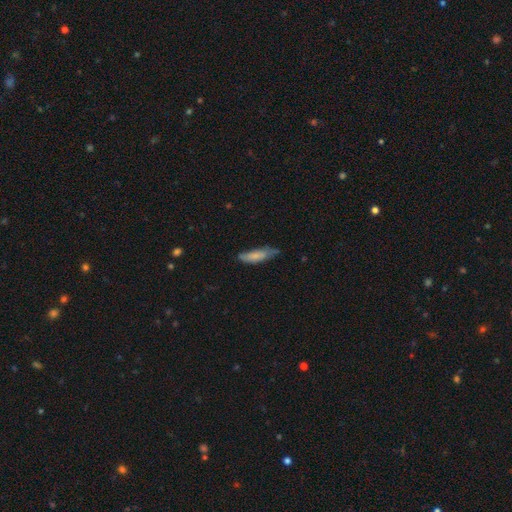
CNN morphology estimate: A smooth galaxy with no disk features (73%) that is cigar-shaped (62%). Merging: none (54%).